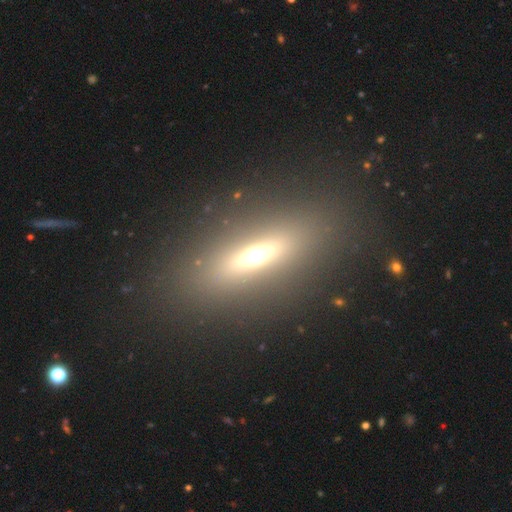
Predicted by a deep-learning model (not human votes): Overall: smooth (44%; featured or disk 42%). Merging: none (84%).